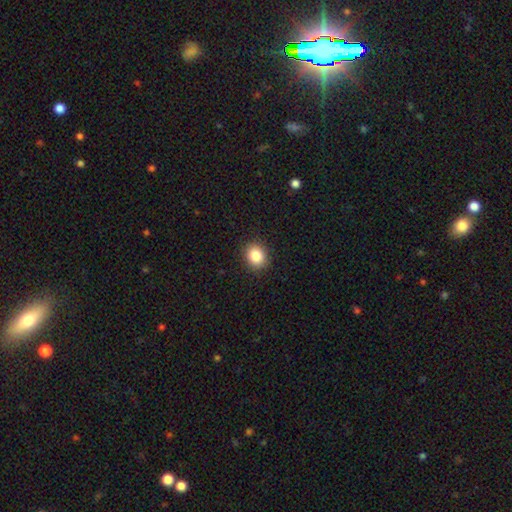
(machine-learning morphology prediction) A smooth galaxy with no disk features (85%) that is round (66%). Merging: none (90%).